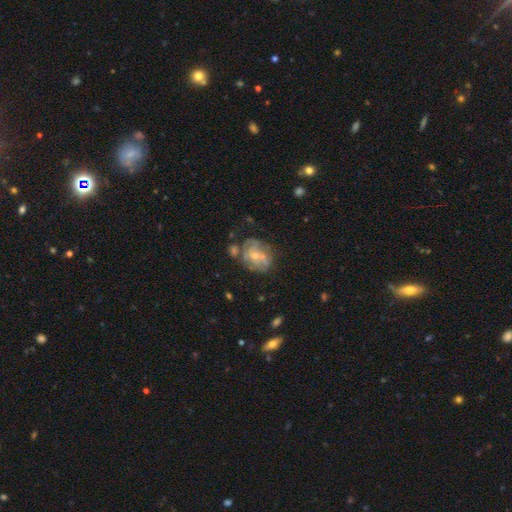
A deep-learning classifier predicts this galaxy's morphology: The model was most divided on "spiral arms": yes: 53%, no: 47%. Remaining: edge-on disk — no (97%); bar — no (75%); smooth or featured — featured or disk (63%); bulge size — small (60%); merging — none (43%).